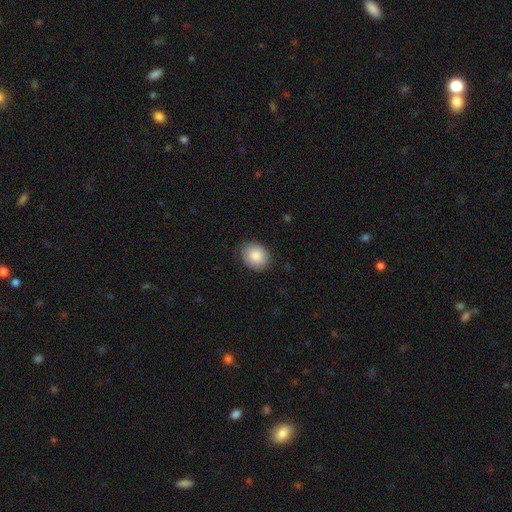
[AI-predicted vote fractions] The model was most divided on "how rounded": round: 55%, in between: 44%, cigar-shaped: 1%. More confident: smooth or featured — smooth (86%); merging — none (84%).